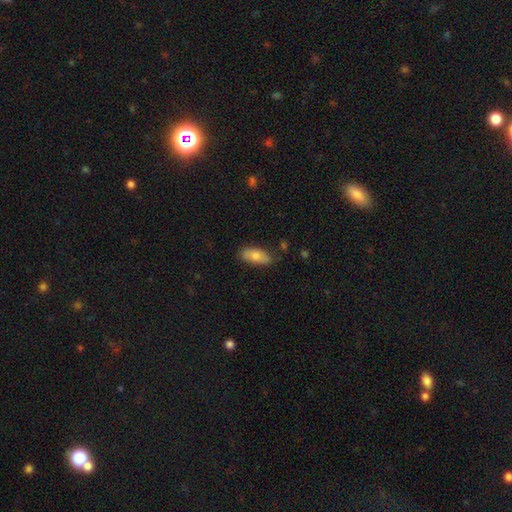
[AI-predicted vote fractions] This appears to be a smooth galaxy with no disk features (74%) that is in between round and cigar-shaped (86%). Merging: none (73%).